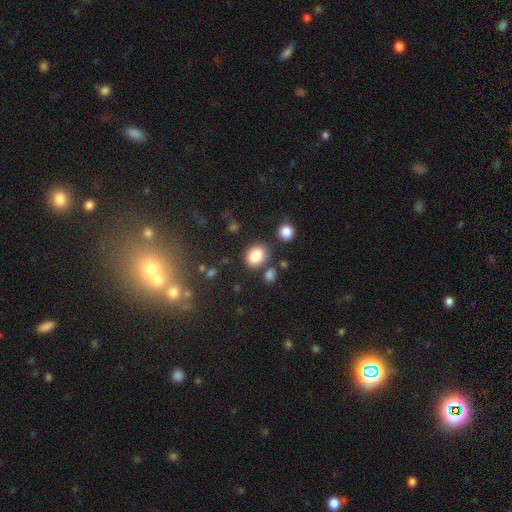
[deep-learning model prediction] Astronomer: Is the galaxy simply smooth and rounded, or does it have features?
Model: smooth — 83%.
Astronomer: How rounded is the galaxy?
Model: in between — 56% (runner-up: round, 43%).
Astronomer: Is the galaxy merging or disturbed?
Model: none — 77%.